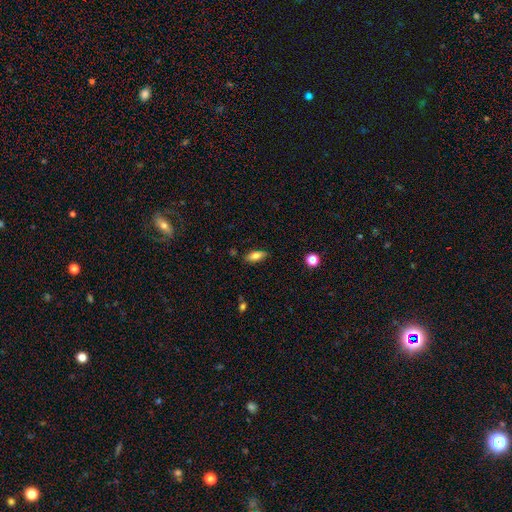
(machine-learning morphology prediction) The model was most divided on "how rounded": in between: 77%, cigar-shaped: 20%, round: 3%. More confident: merging — none (81%); smooth or featured — smooth (77%).